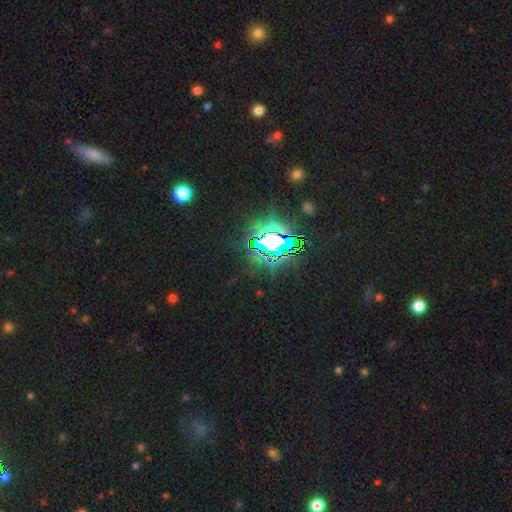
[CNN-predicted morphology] smooth_or_featured: star or artifact (p=0.82) [alt: smooth p=0.10]